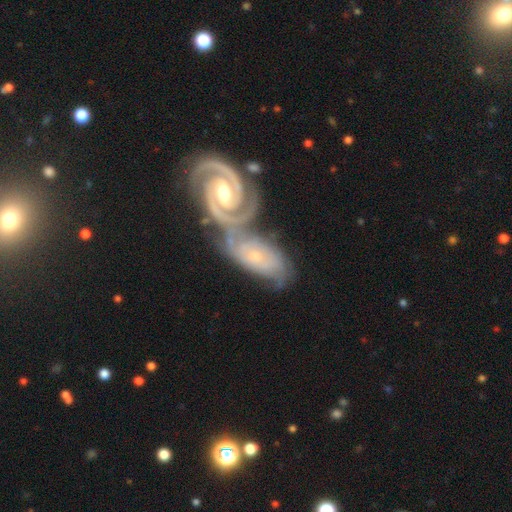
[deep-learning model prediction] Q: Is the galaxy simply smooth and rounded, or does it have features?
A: featured or disk — 84%.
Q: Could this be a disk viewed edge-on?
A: no — 94%.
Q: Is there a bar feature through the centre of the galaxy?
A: no — 58%.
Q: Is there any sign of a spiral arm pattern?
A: yes — 97%.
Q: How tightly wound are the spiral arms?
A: tight — 66%.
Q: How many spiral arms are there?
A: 2 — 72%.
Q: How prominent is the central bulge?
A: small — 49%.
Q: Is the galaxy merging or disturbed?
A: merger — 62%.